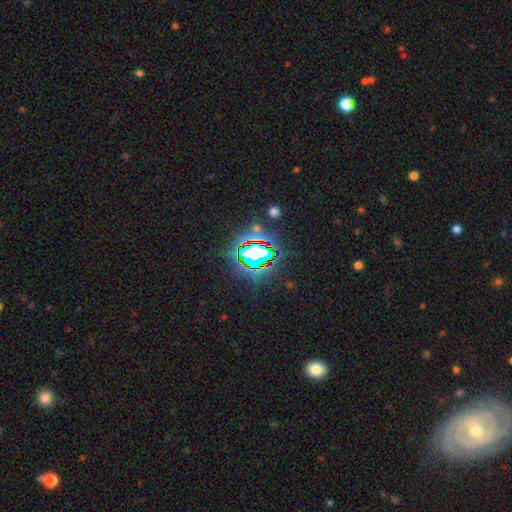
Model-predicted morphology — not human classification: Overall: star or artifact (82%).